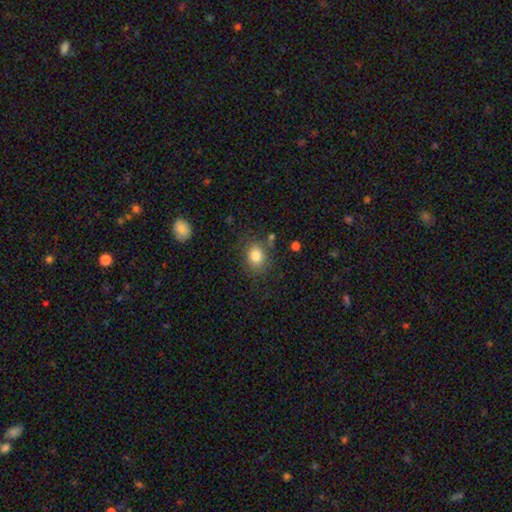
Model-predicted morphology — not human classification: A smooth galaxy with no disk features (83%) that is in between round and cigar-shaped (50%).

Vote fractions:
- Smooth or featured? smooth: 83% / star or artifact: 10% / featured or disk: 8%
- How rounded? in between: 50% / round: 49% / cigar-shaped: 1%
- Merging? none: 75% / minor disturbance: 15% / major disturbance: 5% / merger: 4%